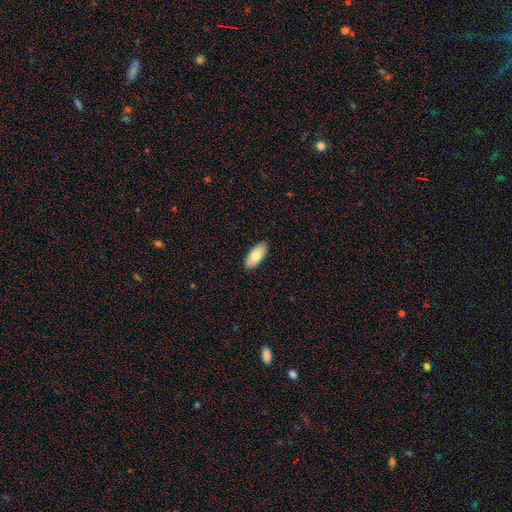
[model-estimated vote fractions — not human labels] A smooth galaxy with no disk features (79%) that is in between round and cigar-shaped (91%). Merging: none (90%).